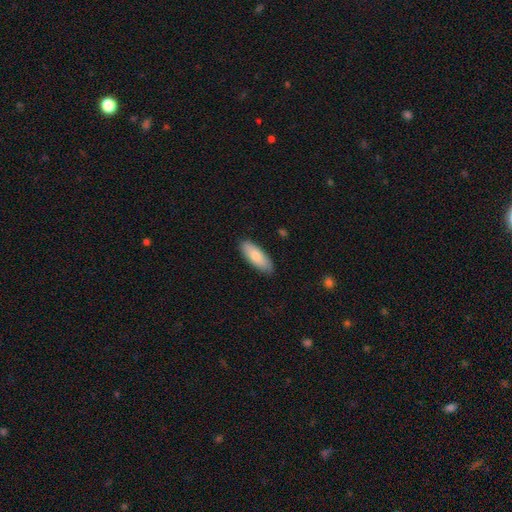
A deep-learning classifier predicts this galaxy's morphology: Smooth or featured?
  - smooth: 80% *
  - featured or disk: 15%
  - star or artifact: 5%
How rounded?
  - in between: 71% *
  - cigar-shaped: 27%
  - round: 2%
Merging?
  - none: 87% *
  - minor disturbance: 10%
  - major disturbance: 2%
  - merger: 1%